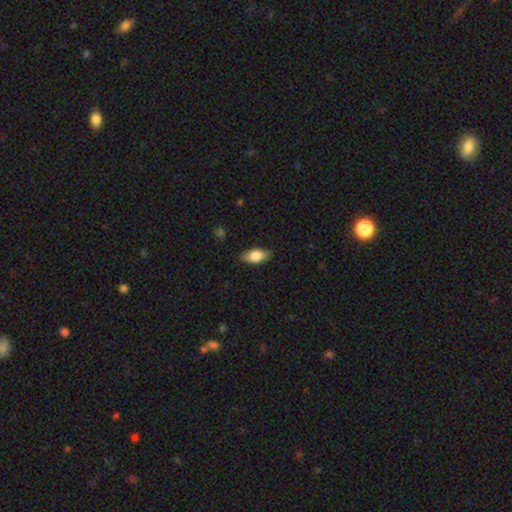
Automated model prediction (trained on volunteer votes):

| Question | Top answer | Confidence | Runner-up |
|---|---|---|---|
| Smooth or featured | smooth | 75% | featured or disk (18%) |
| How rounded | in between | 87% | cigar-shaped (9%) |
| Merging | none | 85% | minor disturbance (11%) |